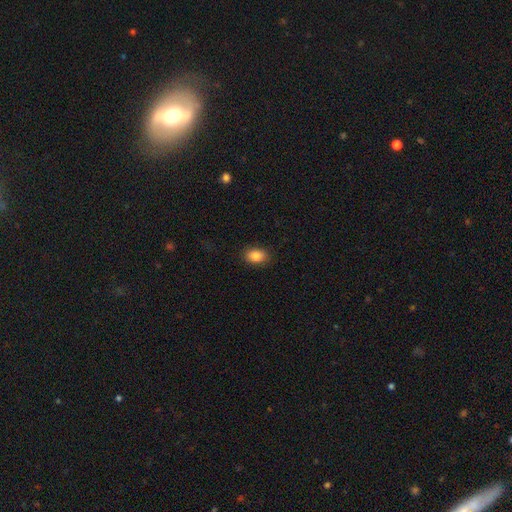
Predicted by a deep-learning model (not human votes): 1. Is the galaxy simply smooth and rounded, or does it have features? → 86% smooth, 8% star or artifact, 5% featured or disk.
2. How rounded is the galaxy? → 82% in between, 16% round, 1% cigar-shaped.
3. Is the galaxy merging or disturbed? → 86% none, 10% minor disturbance, 3% major disturbance, 1% merger.